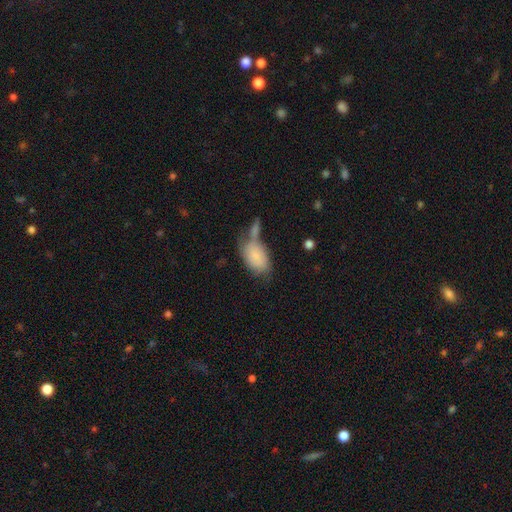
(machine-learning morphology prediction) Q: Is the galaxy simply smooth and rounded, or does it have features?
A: smooth — 80%.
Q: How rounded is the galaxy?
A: in between — 92%.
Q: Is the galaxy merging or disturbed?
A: merger — 35%.